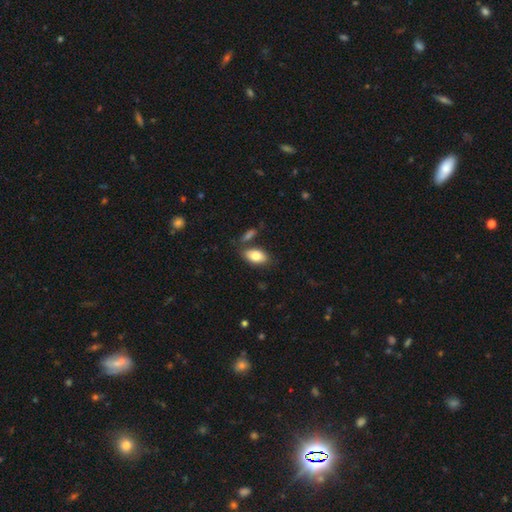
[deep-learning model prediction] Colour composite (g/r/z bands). It shows a smooth galaxy with no disk features (81%) that is in between round and cigar-shaped (93%). Merging: none (72%).